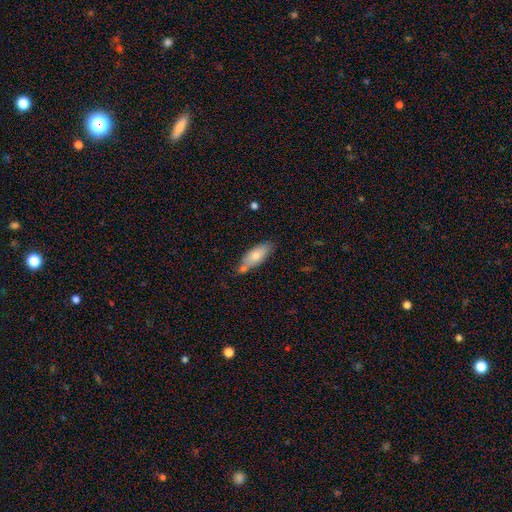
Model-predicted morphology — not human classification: The model was most divided on "merging": none: 57%, minor disturbance: 23%, merger: 15%, major disturbance: 5%. More confident: smooth or featured — smooth (73%); how rounded — in between (72%).